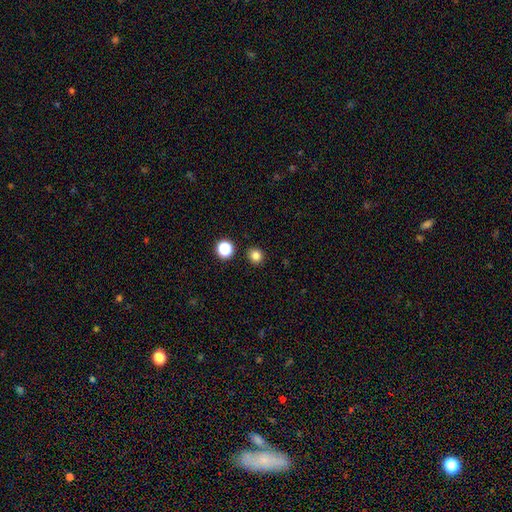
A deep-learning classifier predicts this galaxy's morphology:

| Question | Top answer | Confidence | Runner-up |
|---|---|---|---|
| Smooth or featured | smooth | 82% | star or artifact (14%) |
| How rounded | round | 89% | in between (10%) |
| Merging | none | 91% | minor disturbance (5%) |